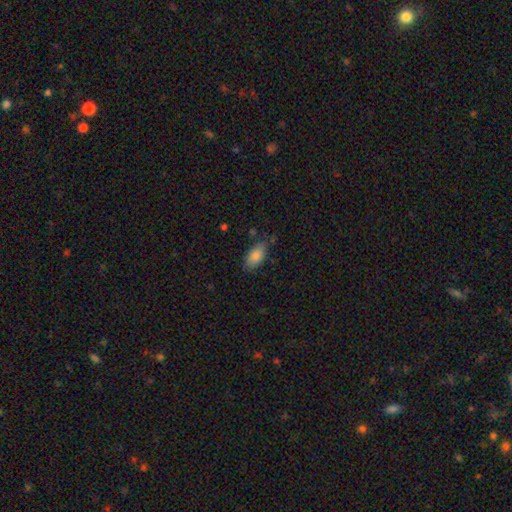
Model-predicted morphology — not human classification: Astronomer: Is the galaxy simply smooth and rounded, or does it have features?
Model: smooth — 86%.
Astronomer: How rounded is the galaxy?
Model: in between — 91%.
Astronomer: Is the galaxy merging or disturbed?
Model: none — 72%.